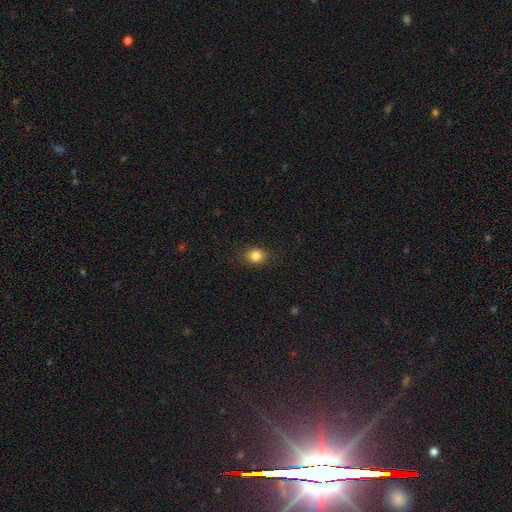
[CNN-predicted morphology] This appears to be a smooth galaxy with no disk features (84%) that is round (57%). Merging: none (88%).